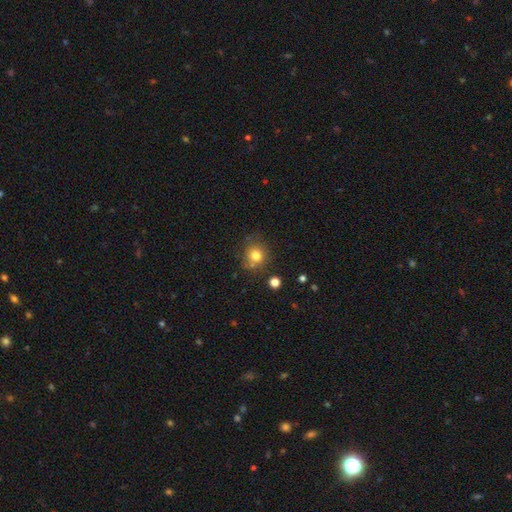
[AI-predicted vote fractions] Overall: smooth (78%). How rounded: round (85%). Merging: none (73%).